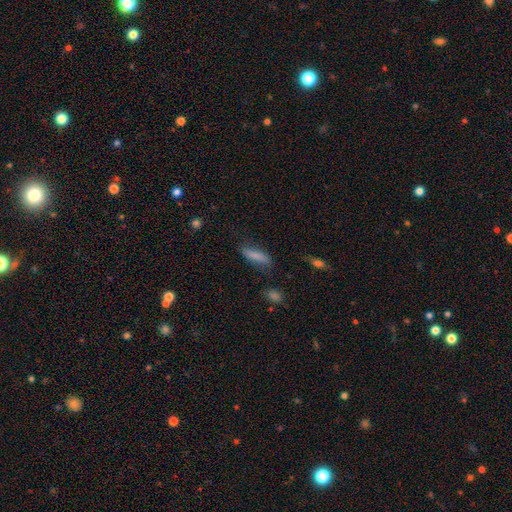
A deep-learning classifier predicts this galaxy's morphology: A smooth galaxy with no disk features (79%) that is cigar-shaped (65%).

Vote fractions:
- Smooth or featured? smooth: 79% / featured or disk: 13% / star or artifact: 8%
- How rounded? cigar-shaped: 65% / in between: 33% / round: 2%
- Merging? none: 68% / minor disturbance: 22% / major disturbance: 7% / merger: 3%